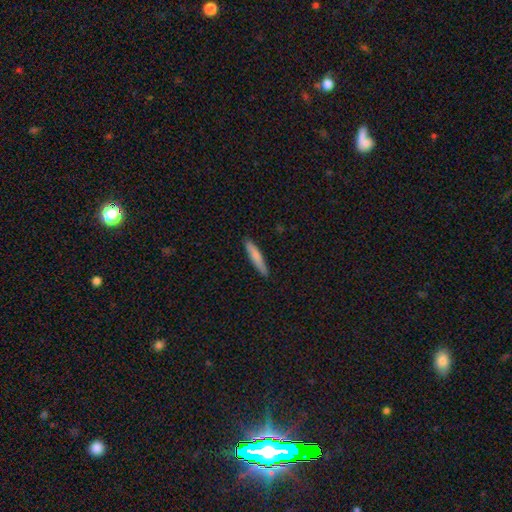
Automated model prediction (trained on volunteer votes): smooth 77%, featured or disk 17%, star or artifact 6%. Down the decision tree: how rounded — cigar-shaped (90%); merging — none (88%).